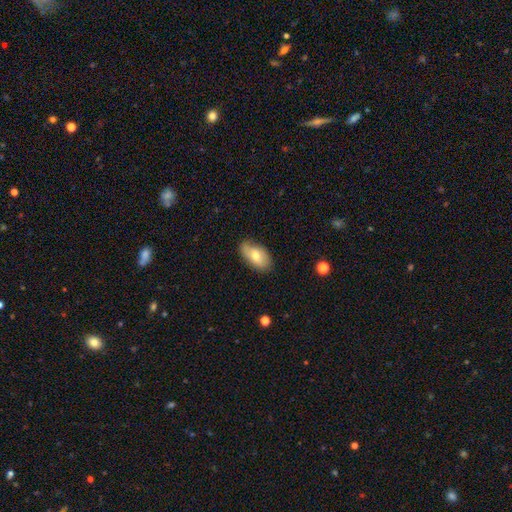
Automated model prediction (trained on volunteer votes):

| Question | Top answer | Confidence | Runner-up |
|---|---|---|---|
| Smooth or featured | smooth | 68% | featured or disk (24%) |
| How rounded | in between | 92% | round (4%) |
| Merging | none | 75% | minor disturbance (20%) |